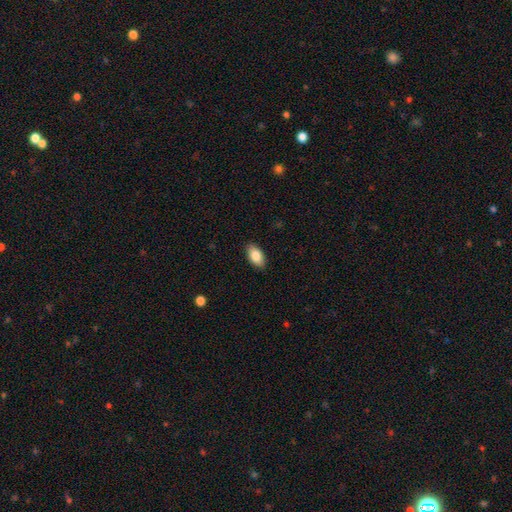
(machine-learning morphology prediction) Smooth or featured? smooth (85%)
How rounded? in between (94%)
Merging? none (88%)